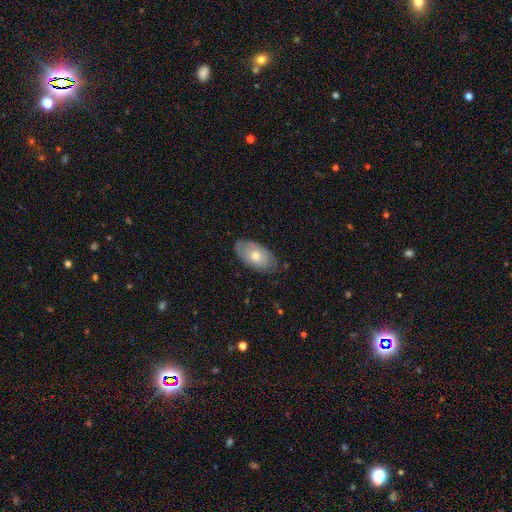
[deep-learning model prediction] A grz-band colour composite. It shows a smooth galaxy with no disk features (58%) that is in between round and cigar-shaped (93%). Merging: none (77%).